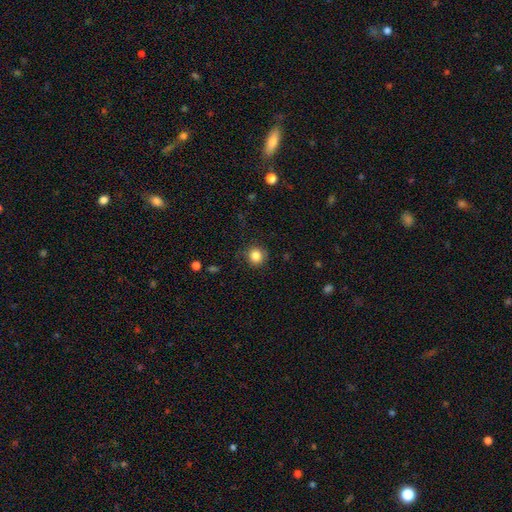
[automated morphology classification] smooth_or_featured: smooth (p=0.85) [alt: star or artifact p=0.10]
how_rounded: round (p=0.91) [alt: in between p=0.08]
merging: none (p=0.86) [alt: minor disturbance p=0.09]